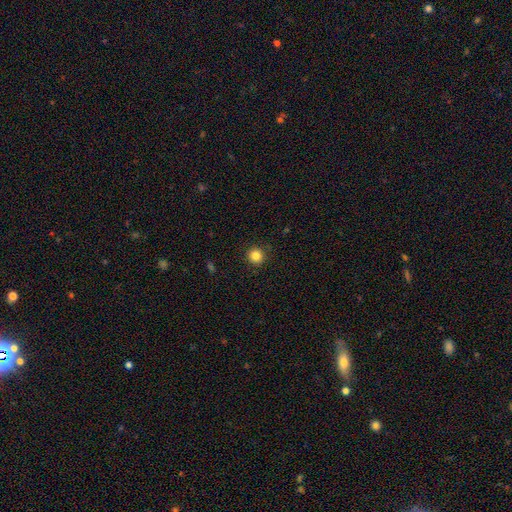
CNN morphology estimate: Overall: smooth (84%). How rounded: round (95%). Merging: none (92%).